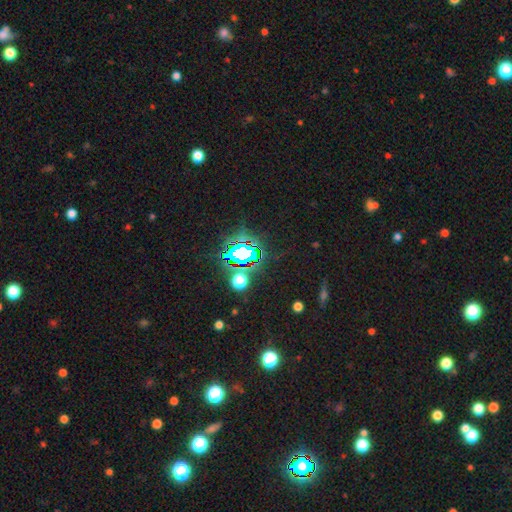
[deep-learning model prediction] This is likely a star or artifact rather than a galaxy (80%).